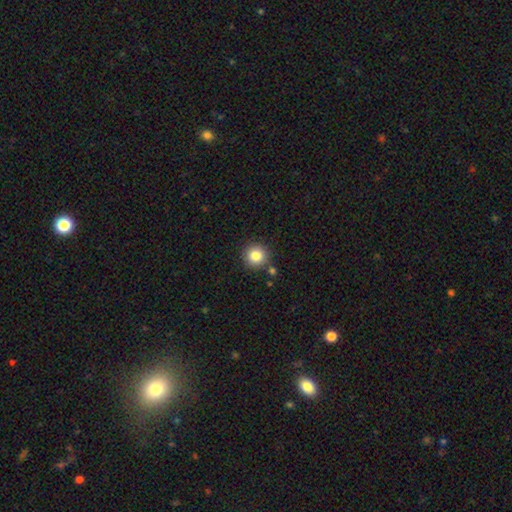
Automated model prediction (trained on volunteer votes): smooth-or-featured: smooth: 83% | star or artifact: 11% | featured or disk: 6%
  how-rounded: round: 94% | in between: 5% | cigar-shaped: 1%
  merging: none: 85% | minor disturbance: 7% | merger: 5% | major disturbance: 2%